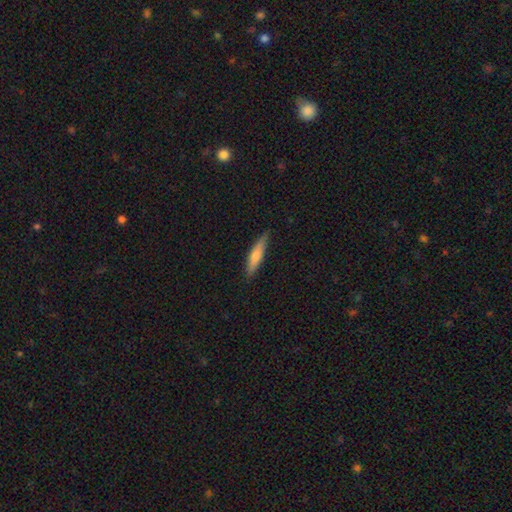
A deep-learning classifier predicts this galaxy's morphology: A smooth galaxy with no disk features (68%) that is cigar-shaped (81%).

Vote fractions:
- Smooth or featured? smooth: 68% / featured or disk: 26% / star or artifact: 6%
- How rounded? cigar-shaped: 81% / in between: 17% / round: 2%
- Merging? none: 82% / minor disturbance: 14% / major disturbance: 2% / merger: 1%